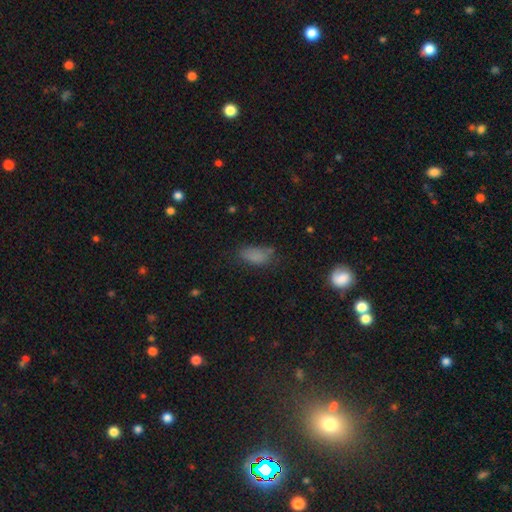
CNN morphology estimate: The model was most divided on "merging": none: 55%, minor disturbance: 29%, major disturbance: 13%, merger: 3%. More confident: how rounded — in between (87%); smooth or featured — smooth (80%).